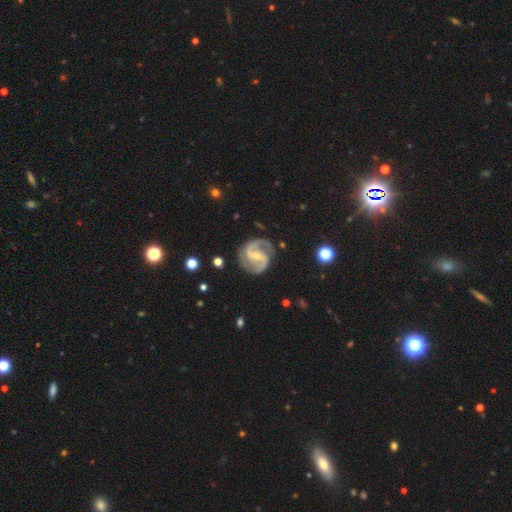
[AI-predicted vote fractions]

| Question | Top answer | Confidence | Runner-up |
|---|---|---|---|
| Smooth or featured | featured or disk | 92% | star or artifact (4%) |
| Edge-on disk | no | 98% | yes (2%) |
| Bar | weak | 42% | strong (33%) |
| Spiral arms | yes | 98% | no (2%) |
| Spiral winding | medium | 59% | tight (26%) |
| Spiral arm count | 2 | 92% | 3 (2%) |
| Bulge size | small | 67% | moderate (27%) |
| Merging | none | 80% | minor disturbance (13%) |